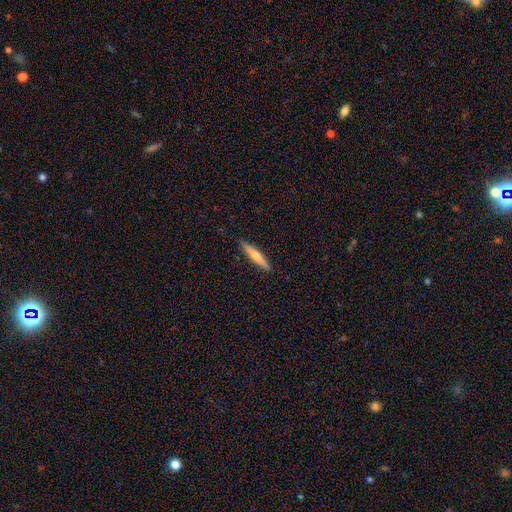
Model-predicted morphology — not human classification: A smooth galaxy with no disk features (54%) that is cigar-shaped (91%). Merging: none (90%).